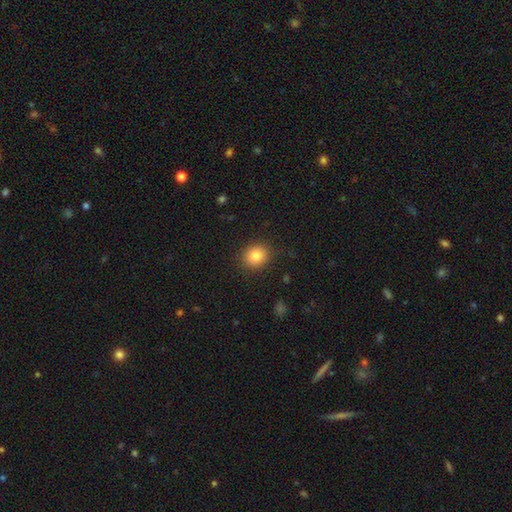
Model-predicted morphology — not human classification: This appears to be a smooth galaxy with no disk features (82%) that is round (78%). Merging: none (89%).